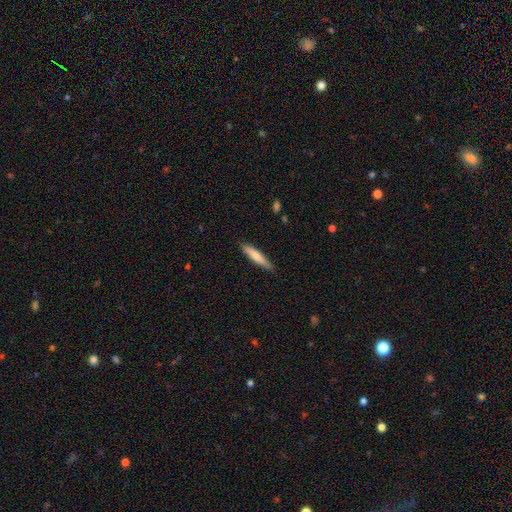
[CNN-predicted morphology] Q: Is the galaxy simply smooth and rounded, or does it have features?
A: smooth — 71%.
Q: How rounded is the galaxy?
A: cigar-shaped — 90%.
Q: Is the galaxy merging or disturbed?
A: none — 86%.